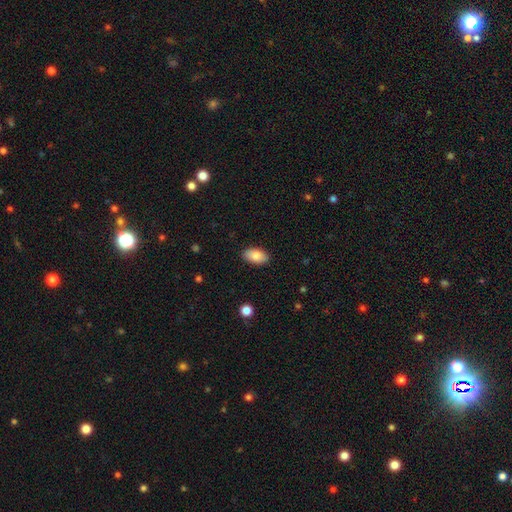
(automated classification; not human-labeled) A smooth galaxy with no disk features (87%) that is in between round and cigar-shaped (94%).

Vote fractions:
- Smooth or featured? smooth: 87% / star or artifact: 7% / featured or disk: 6%
- How rounded? in between: 94% / round: 4% / cigar-shaped: 2%
- Merging? none: 88% / minor disturbance: 9% / major disturbance: 2% / merger: 1%